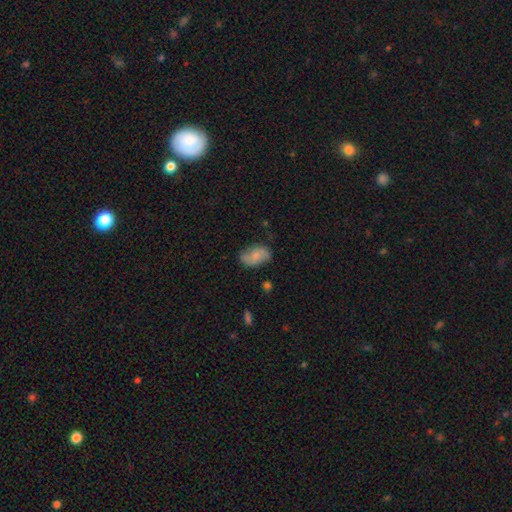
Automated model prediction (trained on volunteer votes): smooth_or_featured: smooth (p=0.58) [alt: featured or disk p=0.34]
how_rounded: in between (p=0.90) [alt: round p=0.08]
merging: none (p=0.68) [alt: minor disturbance p=0.23]